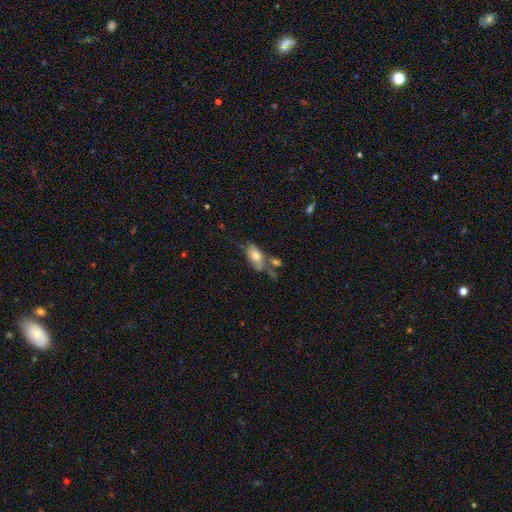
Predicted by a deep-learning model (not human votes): The model was most divided on "merging": none: 36%, merger: 28%, minor disturbance: 22%, major disturbance: 14%. More confident: how rounded — in between (88%); smooth or featured — smooth (67%).